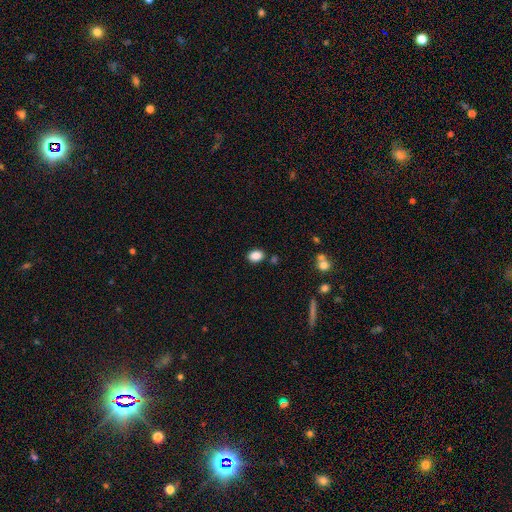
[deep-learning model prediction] This appears to be a smooth galaxy with no disk features (87%) that is in between round and cigar-shaped (74%). Merging: none (83%).